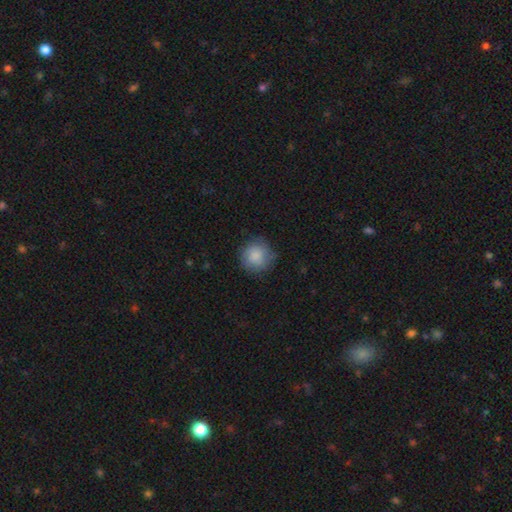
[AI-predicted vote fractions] A smooth galaxy with no disk features (84%) that is round (92%).

Vote fractions:
- Smooth or featured? smooth: 84% / featured or disk: 9% / star or artifact: 7%
- How rounded? round: 92% / in between: 7% / cigar-shaped: 1%
- Merging? none: 76% / minor disturbance: 18% / major disturbance: 4% / merger: 1%